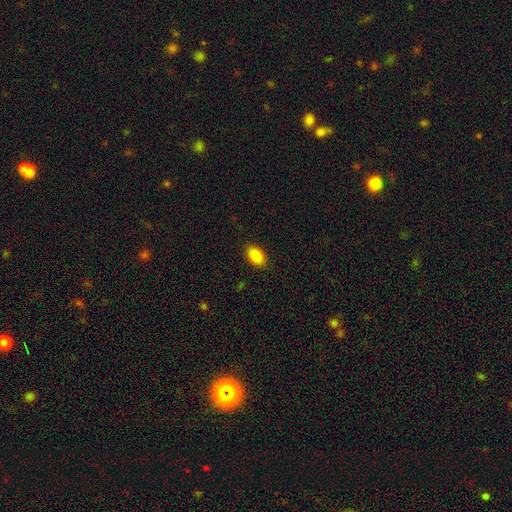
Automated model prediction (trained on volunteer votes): Smooth or featured?
  - smooth: 89% *
  - star or artifact: 7%
  - featured or disk: 3%
How rounded?
  - in between: 92% *
  - round: 7%
  - cigar-shaped: 2%
Merging?
  - none: 88% *
  - minor disturbance: 9%
  - major disturbance: 2%
  - merger: 1%